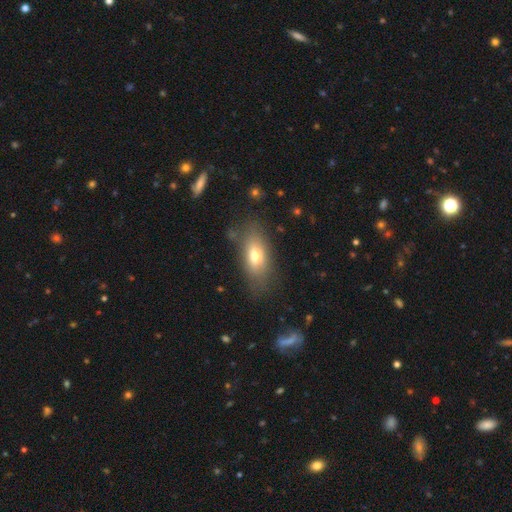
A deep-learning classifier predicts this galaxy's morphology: type=smooth (66%); roundness=in between (77%); merging=none (74%).